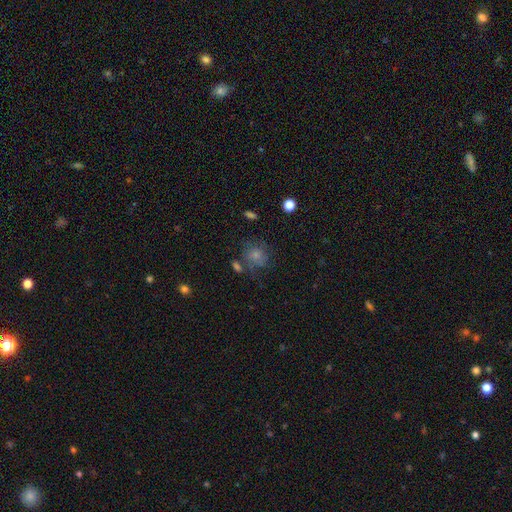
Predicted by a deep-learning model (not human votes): Smooth or featured: smooth — 70% (featured or disk — 20%)
How rounded: round — 75% (in between — 24%)
Merging: none — 54% (minor disturbance — 22%)